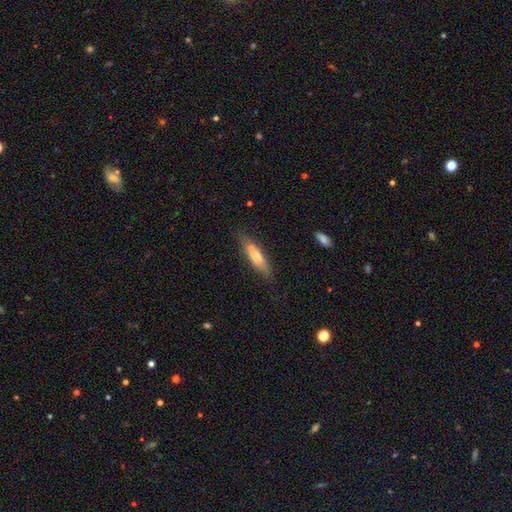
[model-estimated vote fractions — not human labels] Morphology: type=smooth (64%); roundness=cigar-shaped (67%); merging=none (66%).